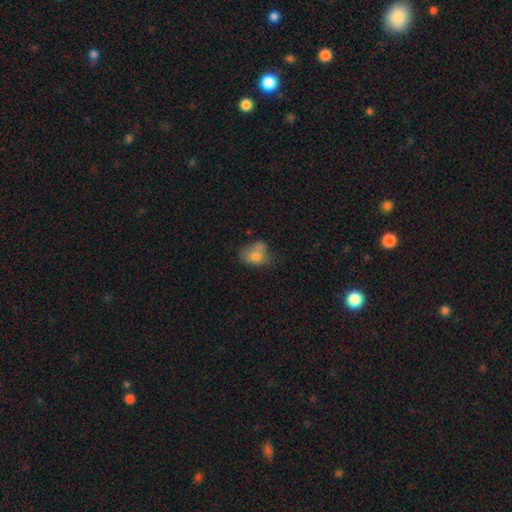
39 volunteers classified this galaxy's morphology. This appears to be a smooth galaxy with no disk features (69%) that is in between round and cigar-shaped (67%). Merging: none (43%).